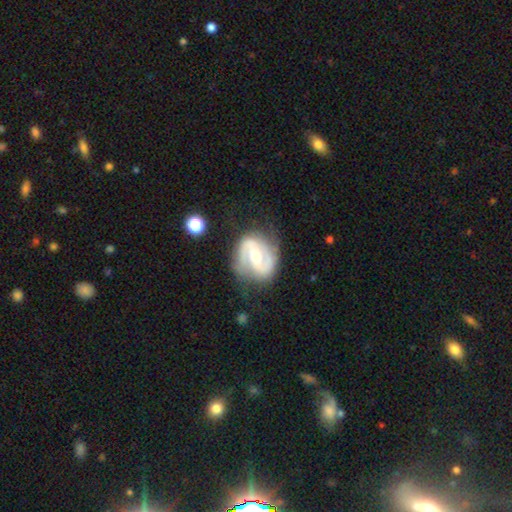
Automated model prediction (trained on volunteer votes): Smooth or featured? Predicted: featured or disk (p=0.84). Edge-on disk? Predicted: no (p=0.97). Bar? Predicted: weak (p=0.45). Spiral arms? Predicted: yes (p=0.94). Spiral winding? Predicted: medium (p=0.47). Spiral arm count? Predicted: 2 (p=0.86). Bulge size? Predicted: moderate (p=0.59). Merging? Predicted: none (p=0.70).